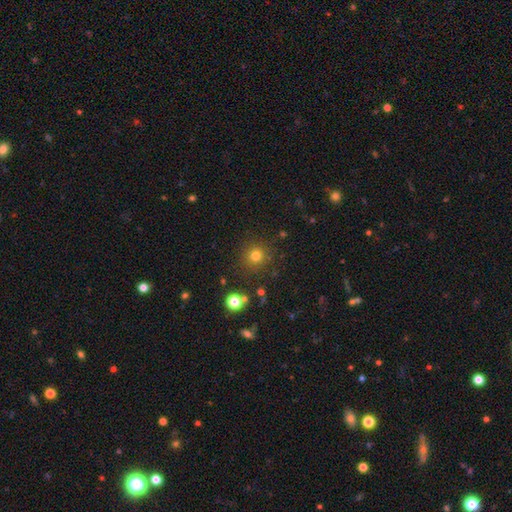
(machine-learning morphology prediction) smooth-or-featured: smooth: 77% | star or artifact: 17% | featured or disk: 6%
  how-rounded: round: 94% | in between: 5% | cigar-shaped: 1%
  merging: none: 88% | minor disturbance: 7% | major disturbance: 3% | merger: 2%